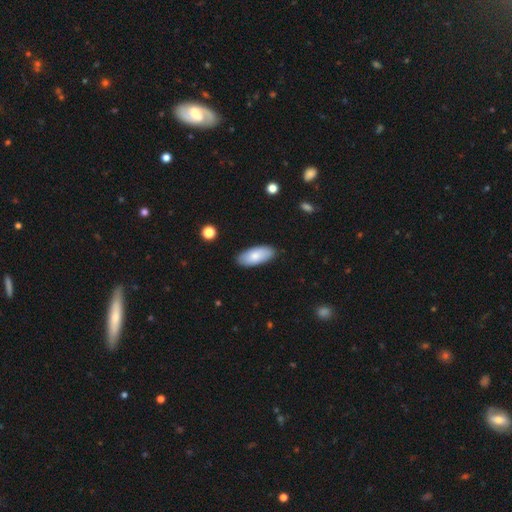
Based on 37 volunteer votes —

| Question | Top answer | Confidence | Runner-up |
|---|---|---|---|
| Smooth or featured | smooth | 81% | featured or disk (19%) |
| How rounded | in between | 97% | cigar-shaped (3%) |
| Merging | none | 70% | minor disturbance (24%) |